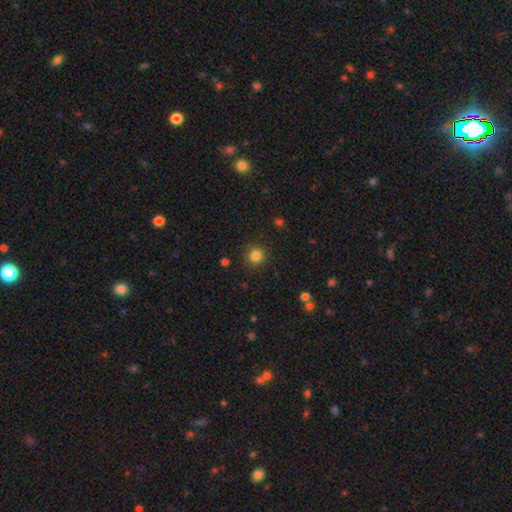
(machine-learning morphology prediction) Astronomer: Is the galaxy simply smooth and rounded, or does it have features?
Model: smooth — 83%.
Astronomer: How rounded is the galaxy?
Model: round — 95%.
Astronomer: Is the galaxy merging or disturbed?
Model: none — 91%.